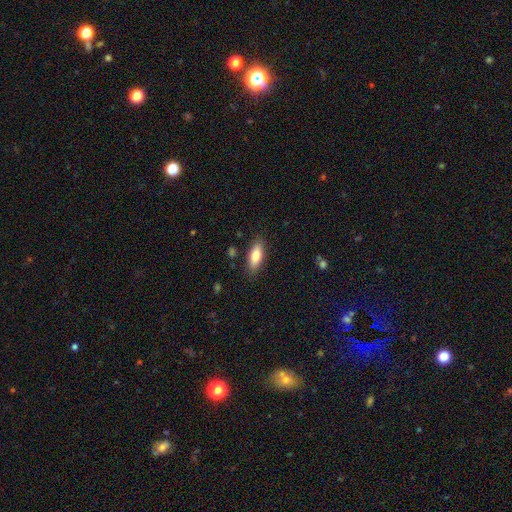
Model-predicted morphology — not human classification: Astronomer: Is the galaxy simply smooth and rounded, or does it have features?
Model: smooth — 78%.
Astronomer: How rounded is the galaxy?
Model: in between — 73%.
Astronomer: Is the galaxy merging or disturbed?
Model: none — 86%.